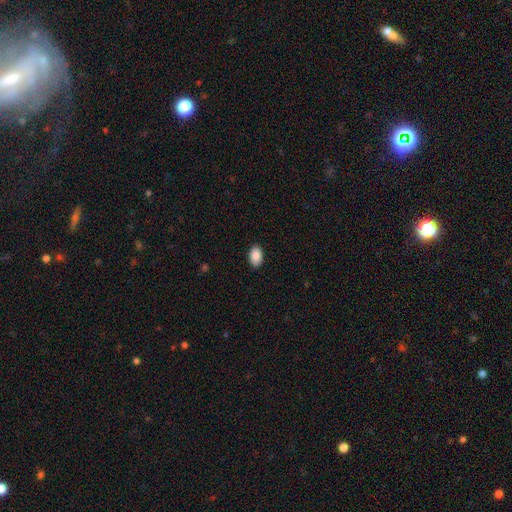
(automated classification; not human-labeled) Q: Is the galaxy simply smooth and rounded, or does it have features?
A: smooth — 90%.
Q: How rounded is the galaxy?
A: in between — 91%.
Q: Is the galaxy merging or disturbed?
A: none — 89%.